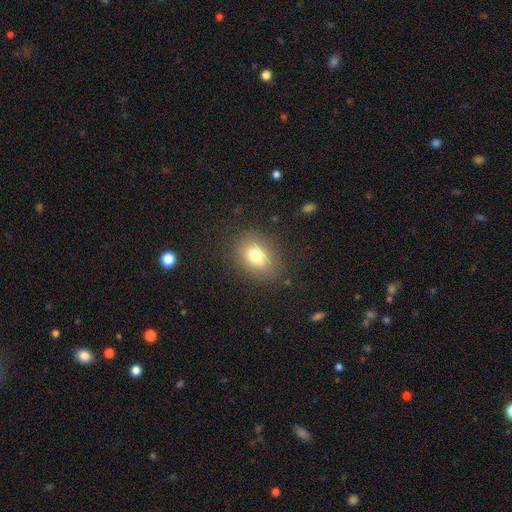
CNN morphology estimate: smooth_or_featured: smooth (p=0.75) [alt: featured or disk p=0.13]
how_rounded: in between (p=0.66) [alt: round p=0.33]
merging: none (p=0.79) [alt: minor disturbance p=0.14]